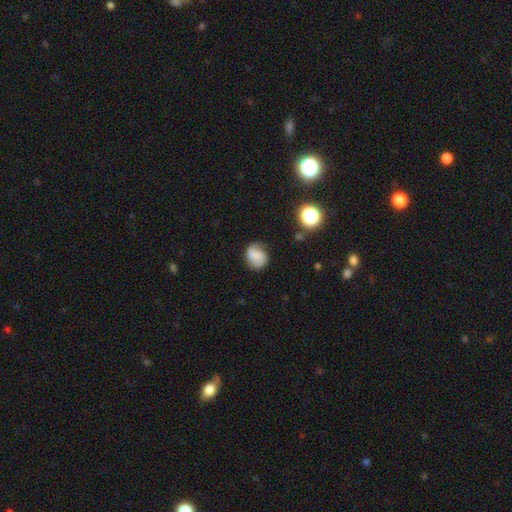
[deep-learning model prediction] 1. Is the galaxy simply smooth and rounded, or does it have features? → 50% smooth, 39% featured or disk, 11% star or artifact.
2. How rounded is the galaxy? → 63% round, 36% in between, 1% cigar-shaped.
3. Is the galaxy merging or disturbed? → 65% none, 24% minor disturbance, 9% major disturbance, 2% merger.